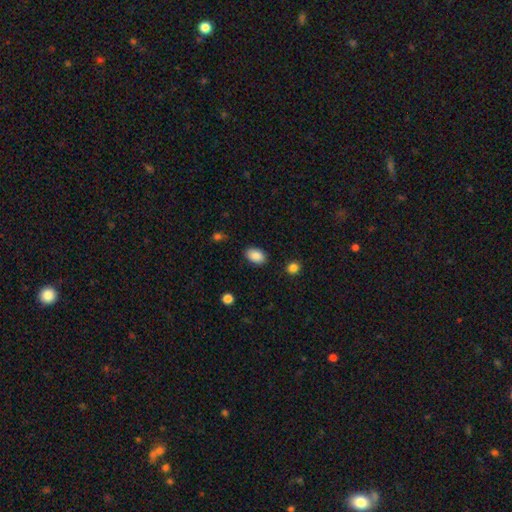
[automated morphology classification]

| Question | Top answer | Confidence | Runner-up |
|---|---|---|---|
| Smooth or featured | smooth | 88% | star or artifact (8%) |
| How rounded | in between | 88% | round (11%) |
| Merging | none | 86% | minor disturbance (10%) |